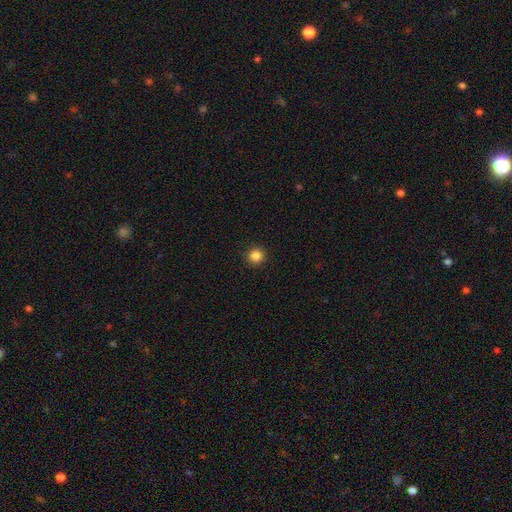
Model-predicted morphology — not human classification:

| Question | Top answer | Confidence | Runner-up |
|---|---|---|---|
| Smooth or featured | smooth | 85% | star or artifact (11%) |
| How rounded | round | 95% | in between (4%) |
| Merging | none | 93% | minor disturbance (5%) |